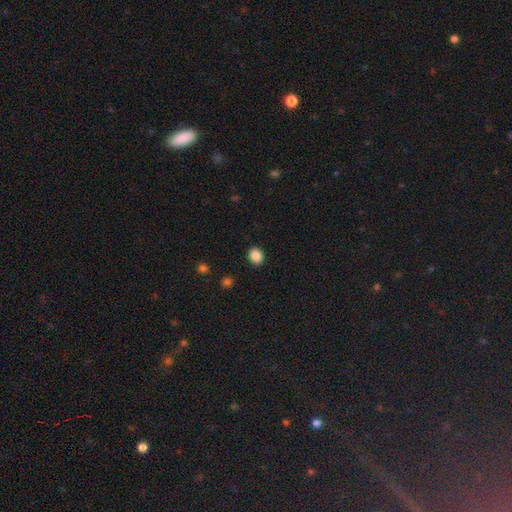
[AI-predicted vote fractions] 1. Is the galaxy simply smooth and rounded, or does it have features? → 87% smooth, 9% star or artifact, 4% featured or disk.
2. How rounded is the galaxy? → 54% round, 45% in between, 1% cigar-shaped.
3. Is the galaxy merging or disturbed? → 91% none, 6% minor disturbance, 2% major disturbance, 1% merger.